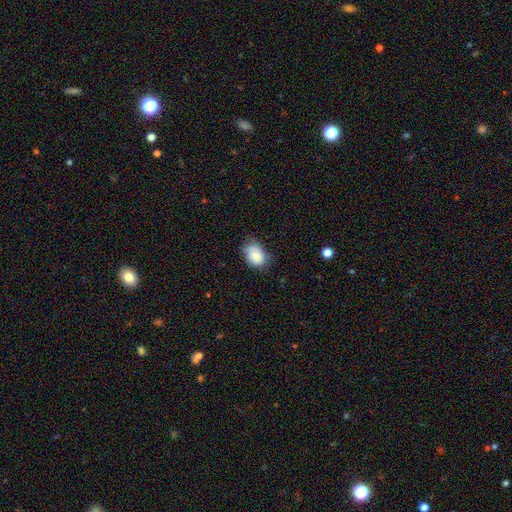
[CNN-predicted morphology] This appears to be a smooth galaxy with no disk features (79%) that is in between round and cigar-shaped (77%). Merging: none (55%).